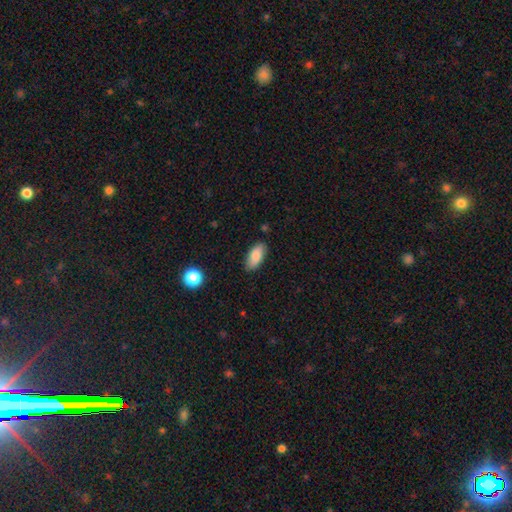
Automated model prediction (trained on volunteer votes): Smooth or featured? smooth (84%)
How rounded? in between (88%)
Merging? none (85%)